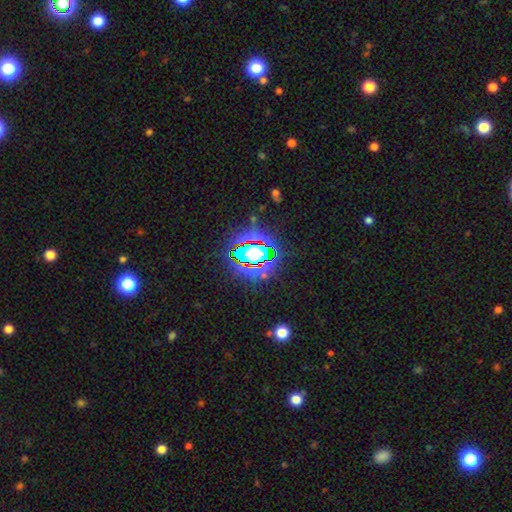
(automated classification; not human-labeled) Overall: star or artifact (81%).